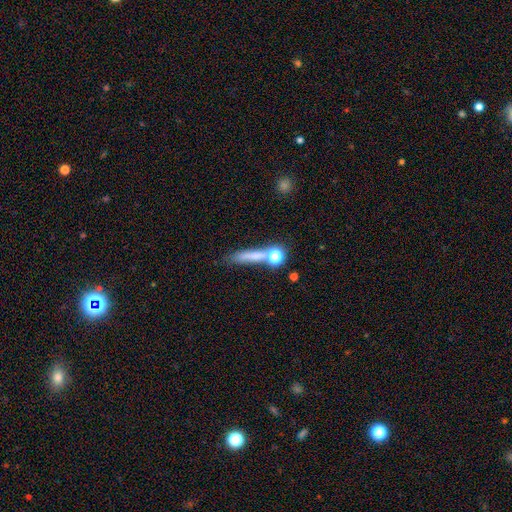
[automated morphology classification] Smooth or featured? smooth (62%)
How rounded? cigar-shaped (68%)
Merging? none (56%)